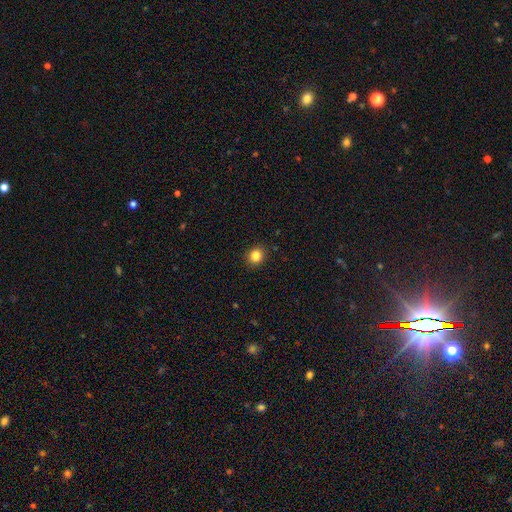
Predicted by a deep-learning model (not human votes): smooth-or-featured: smooth: 85% | star or artifact: 11% | featured or disk: 4%
  how-rounded: round: 80% | in between: 19% | cigar-shaped: 1%
  merging: none: 90% | minor disturbance: 7% | major disturbance: 2% | merger: 1%